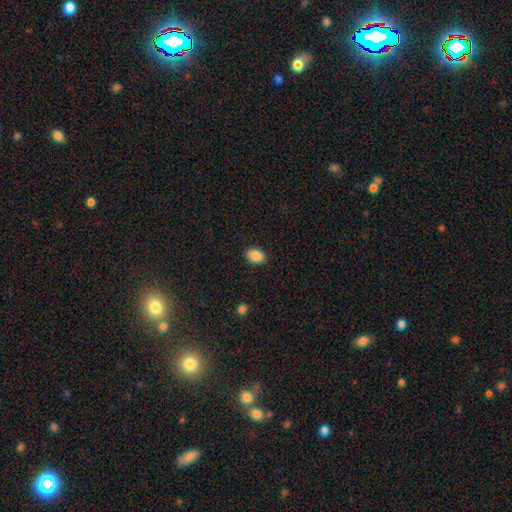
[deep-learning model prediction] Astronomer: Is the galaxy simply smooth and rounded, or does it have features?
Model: smooth — 89%.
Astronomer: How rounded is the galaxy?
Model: in between — 83%.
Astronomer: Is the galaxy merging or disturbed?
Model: none — 89%.